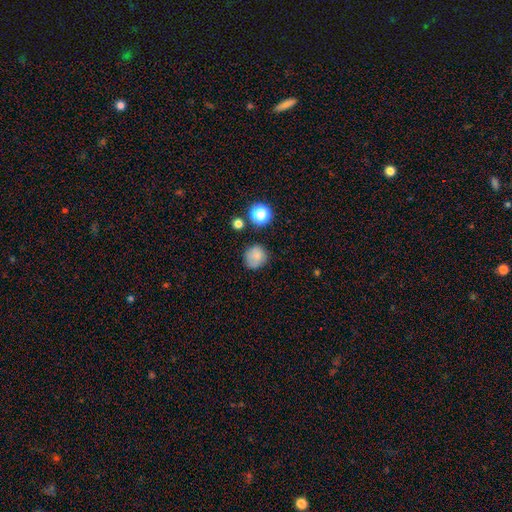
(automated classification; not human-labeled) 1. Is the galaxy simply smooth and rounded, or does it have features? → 80% smooth, 12% star or artifact, 8% featured or disk.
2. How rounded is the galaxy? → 84% round, 15% in between, 1% cigar-shaped.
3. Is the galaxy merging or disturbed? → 72% none, 18% minor disturbance, 5% major disturbance, 4% merger.